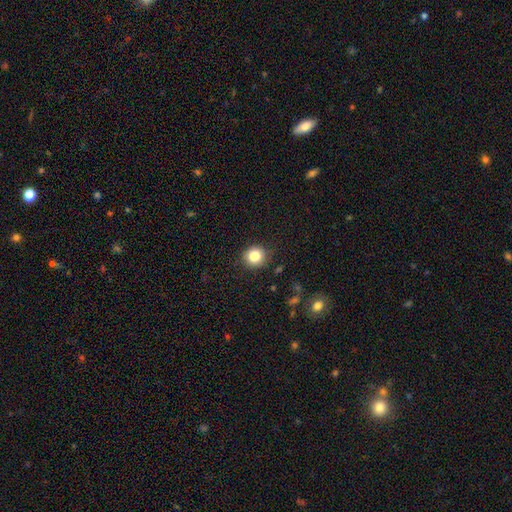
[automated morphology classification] Smooth or featured? smooth (83%)
How rounded? round (89%)
Merging? none (88%)